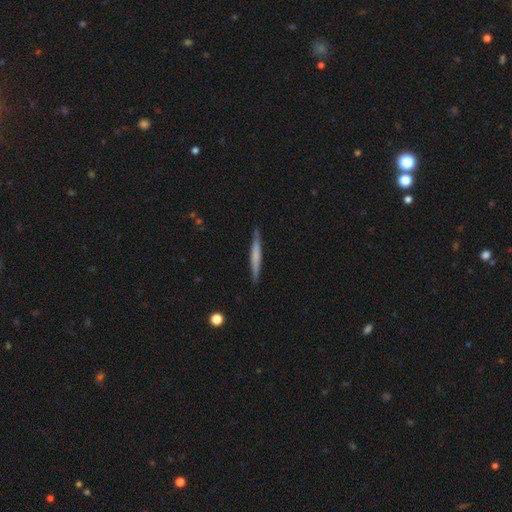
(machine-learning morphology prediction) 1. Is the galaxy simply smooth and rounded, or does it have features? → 53% smooth, 41% featured or disk, 6% star or artifact.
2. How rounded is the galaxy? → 96% cigar-shaped, 3% in between, 1% round.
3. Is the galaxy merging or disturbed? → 88% none, 9% minor disturbance, 2% major disturbance, 1% merger.